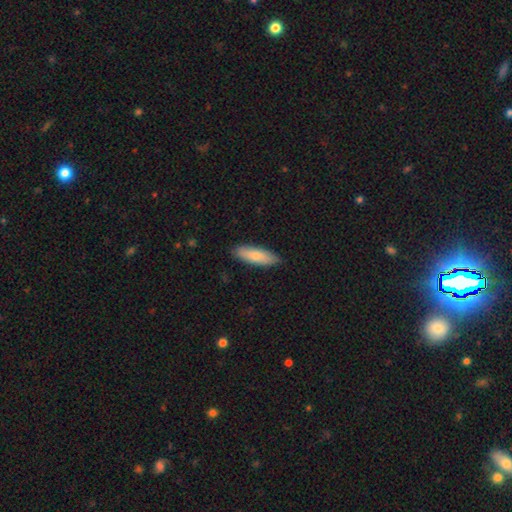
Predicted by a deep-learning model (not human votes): smooth-or-featured: smooth: 77% | featured or disk: 17% | star or artifact: 5%
  how-rounded: in between: 51% | cigar-shaped: 47% | round: 2%
  merging: none: 87% | minor disturbance: 10% | major disturbance: 2% | merger: 1%